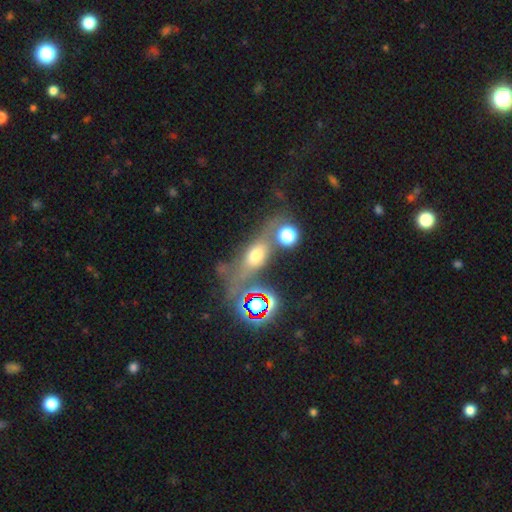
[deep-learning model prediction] Smooth or featured? smooth (52%)
How rounded? in between (59%)
Merging? none (49%)